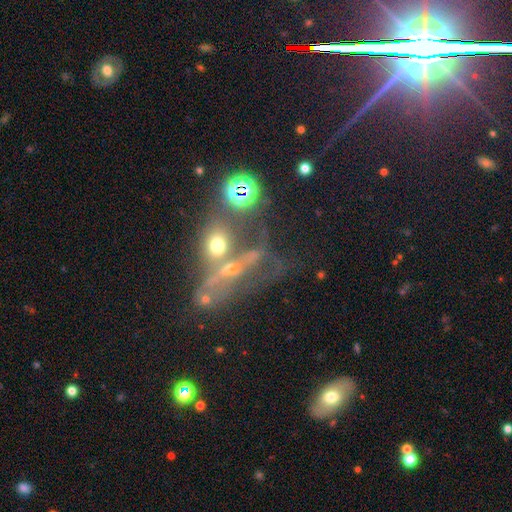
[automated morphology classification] Smooth or featured: featured or disk — 39% (star or artifact — 38%)
Merging: merger — 47% (none — 27%)